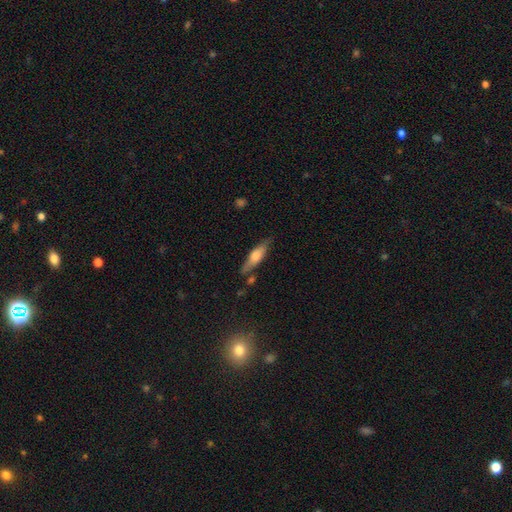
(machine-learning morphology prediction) A smooth galaxy with no disk features (56%) that is cigar-shaped (62%).

Vote fractions:
- Smooth or featured? smooth: 56% / featured or disk: 38% / star or artifact: 6%
- How rounded? cigar-shaped: 62% / in between: 36% / round: 2%
- Merging? none: 73% / minor disturbance: 18% / merger: 5% / major disturbance: 4%